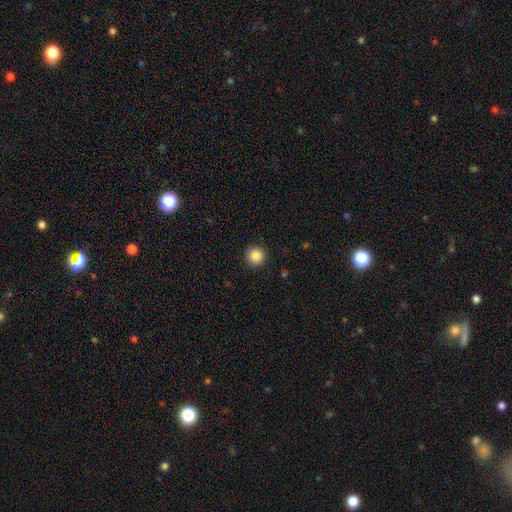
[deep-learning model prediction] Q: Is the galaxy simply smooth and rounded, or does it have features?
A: smooth — 86%.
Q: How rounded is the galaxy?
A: round — 95%.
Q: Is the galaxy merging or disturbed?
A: none — 92%.